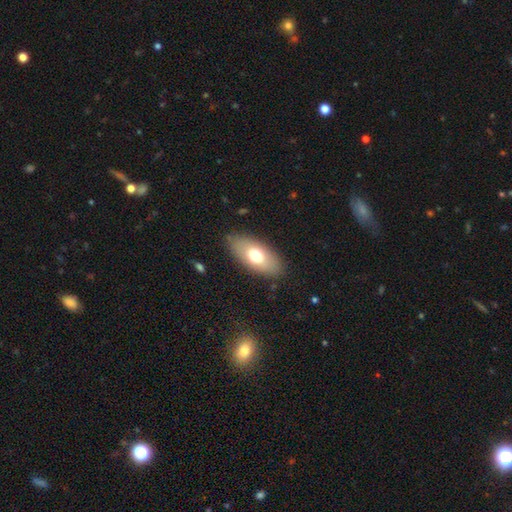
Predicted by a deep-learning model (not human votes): This is likely a smooth galaxy (68%). How rounded: clearly in between (90%). Merging: clearly none (84%).